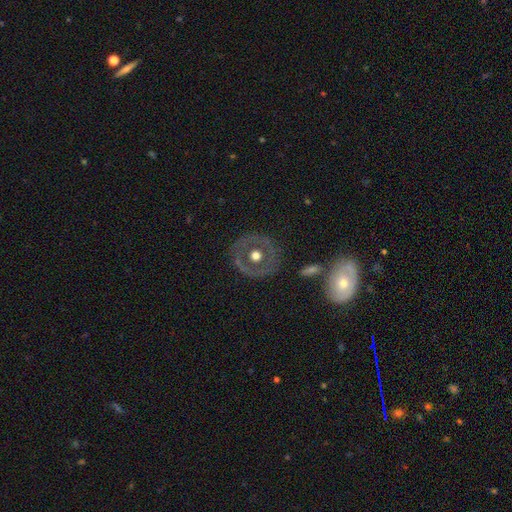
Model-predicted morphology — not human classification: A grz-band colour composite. It shows a featured or disk galaxy (53%). Merging: none (80%).